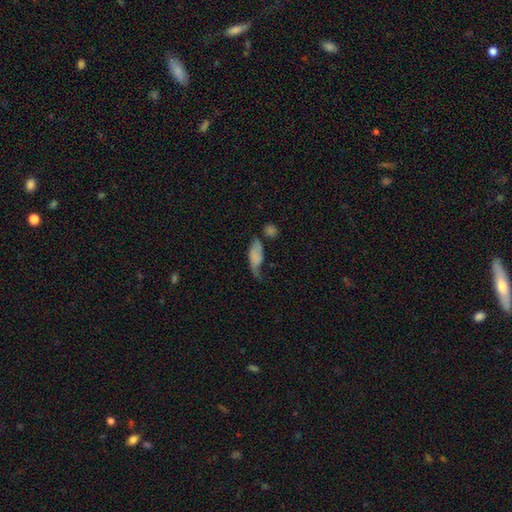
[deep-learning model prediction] Smooth or featured? Predicted: smooth (p=0.66). How rounded? Predicted: in between (p=0.77). Merging? Predicted: minor disturbance (p=0.31).